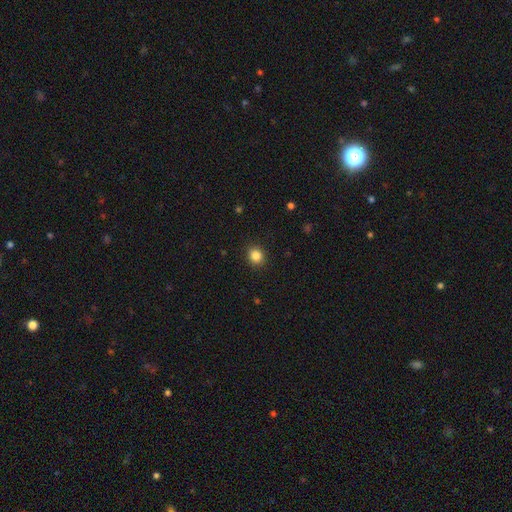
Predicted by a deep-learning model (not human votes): A smooth galaxy with no disk features (85%) that is round (81%). Merging: none (91%).